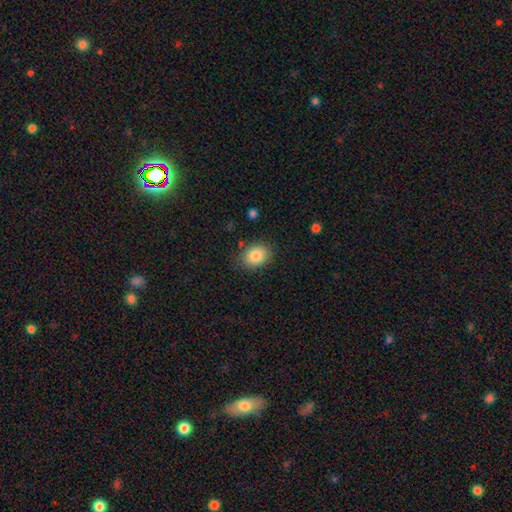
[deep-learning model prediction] Smooth or featured? Predicted: smooth (p=0.84). How rounded? Predicted: in between (p=0.68). Merging? Predicted: none (p=0.82).